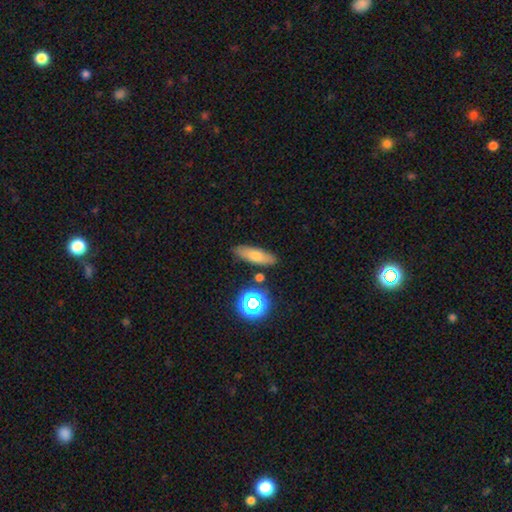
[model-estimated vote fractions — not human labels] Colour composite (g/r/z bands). It shows a smooth galaxy with no disk features (67%) that is in between round and cigar-shaped (53%). Merging: none (82%).